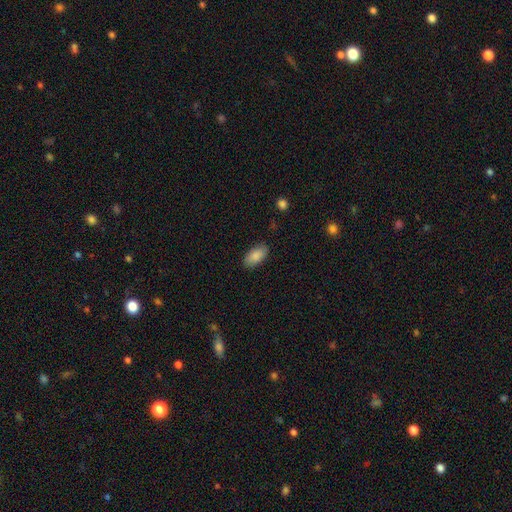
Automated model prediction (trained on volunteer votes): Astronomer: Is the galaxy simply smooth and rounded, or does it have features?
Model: smooth — 88%.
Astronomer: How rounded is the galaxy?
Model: in between — 93%.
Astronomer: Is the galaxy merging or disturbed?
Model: none — 86%.